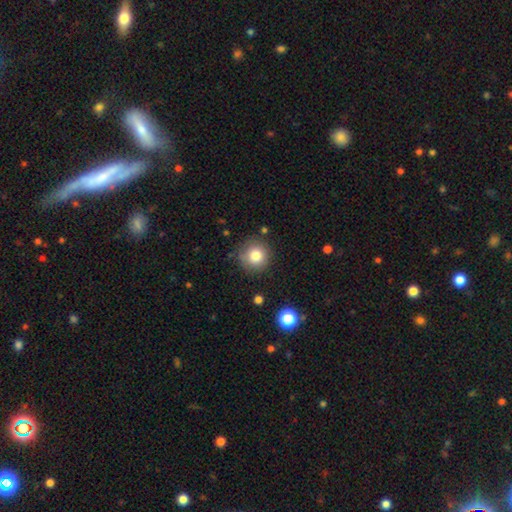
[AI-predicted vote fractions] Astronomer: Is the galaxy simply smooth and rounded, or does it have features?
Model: smooth — 81%.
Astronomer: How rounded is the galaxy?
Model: round — 94%.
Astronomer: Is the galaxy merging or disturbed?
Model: none — 83%.